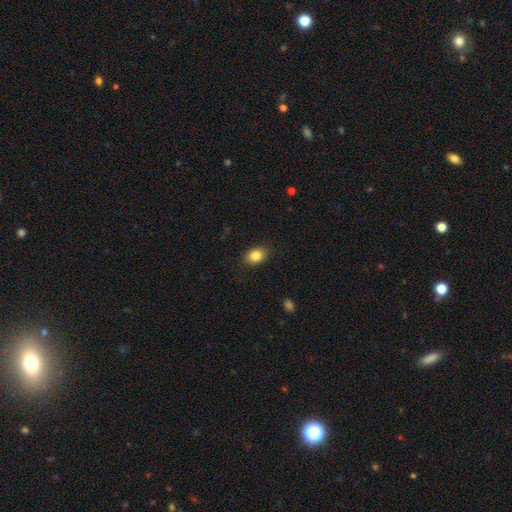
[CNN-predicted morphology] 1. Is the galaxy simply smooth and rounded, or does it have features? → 84% smooth, 9% star or artifact, 7% featured or disk.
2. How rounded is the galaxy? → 72% in between, 27% round, 1% cigar-shaped.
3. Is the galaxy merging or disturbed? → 87% none, 10% minor disturbance, 2% major disturbance, 1% merger.